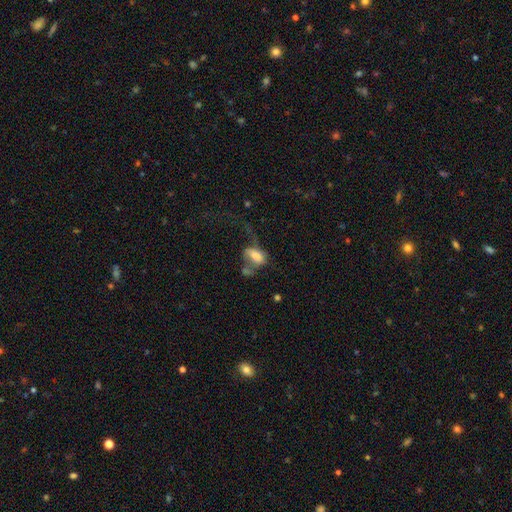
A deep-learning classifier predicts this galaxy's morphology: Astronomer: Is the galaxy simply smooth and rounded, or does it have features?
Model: smooth — 62%.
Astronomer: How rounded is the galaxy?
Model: in between — 87%.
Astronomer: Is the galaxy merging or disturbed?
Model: major disturbance — 40% (runner-up: merger, 24%).